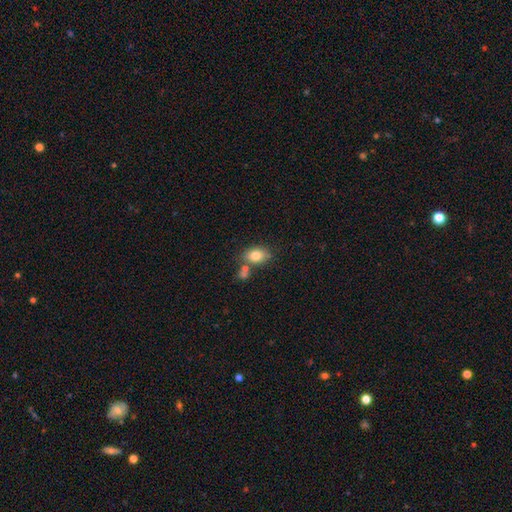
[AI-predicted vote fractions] Overall: smooth (80%). How rounded: in between (76%). Merging: none (61%).